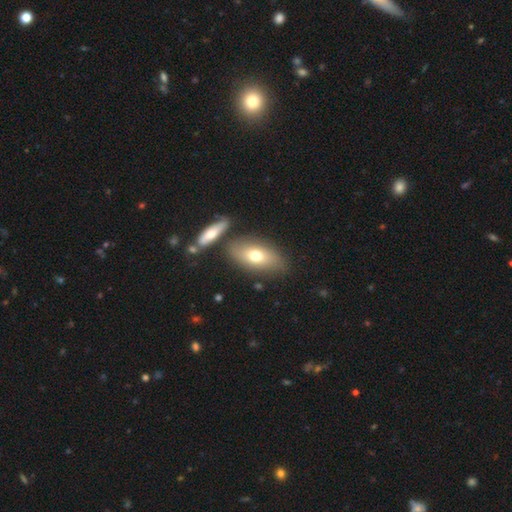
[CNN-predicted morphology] This is likely a smooth galaxy (67%). How rounded: clearly in between (85%). Merging: likely none (68%).